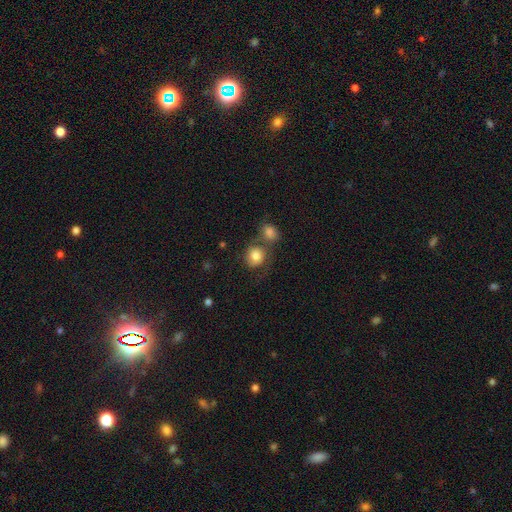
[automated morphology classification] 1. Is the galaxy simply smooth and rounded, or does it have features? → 79% smooth, 13% featured or disk, 8% star or artifact.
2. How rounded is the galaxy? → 78% round, 21% in between, 1% cigar-shaped.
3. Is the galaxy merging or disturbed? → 42% none, 35% merger, 14% minor disturbance, 10% major disturbance.